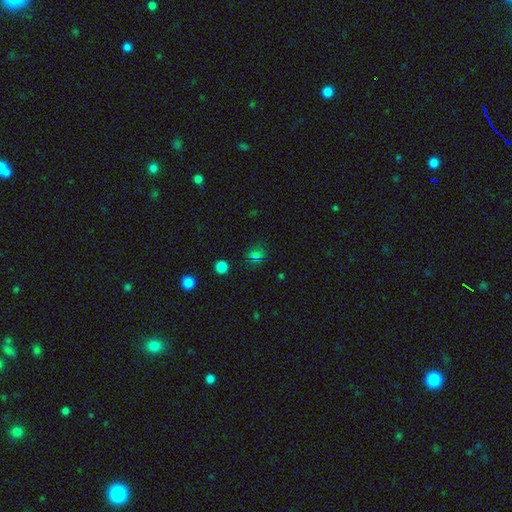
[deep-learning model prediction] The model was most divided on "smooth or featured": smooth: 74%, star or artifact: 20%, featured or disk: 6%. More confident: merging — none (82%); how rounded — round (80%).